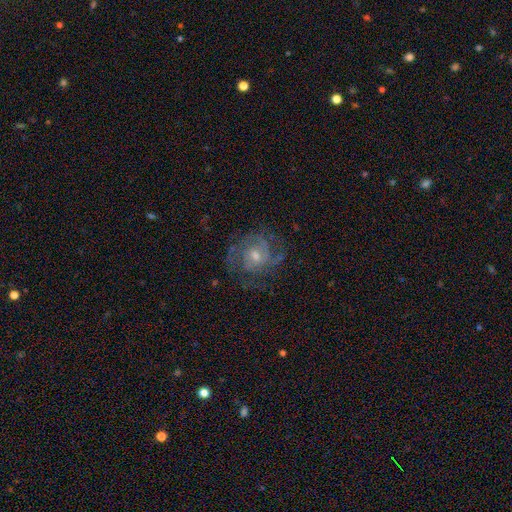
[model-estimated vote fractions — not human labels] smooth_or_featured: featured or disk (p=0.80) [alt: smooth p=0.11]
disk_edge_on: no (p=0.97) [alt: yes p=0.03]
bar: no (p=0.64) [alt: weak p=0.31]
has_spiral_arms: yes (p=0.92) [alt: no p=0.08]
spiral_winding: tight (p=0.50) [alt: medium p=0.40]
spiral_arm_count: can't tell (p=0.28) [alt: 3 p=0.26]
bulge_size: moderate (p=0.51) [alt: small p=0.42]
merging: none (p=0.71) [alt: minor disturbance p=0.17]